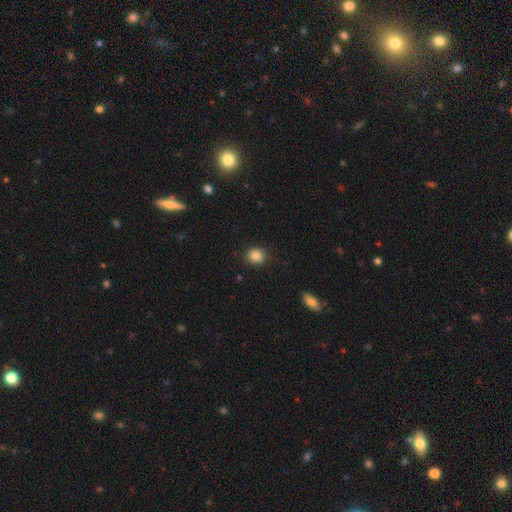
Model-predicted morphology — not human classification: smooth_or_featured: smooth (p=0.85) [alt: star or artifact p=0.10]
how_rounded: round (p=0.80) [alt: in between p=0.19]
merging: none (p=0.87) [alt: minor disturbance p=0.10]